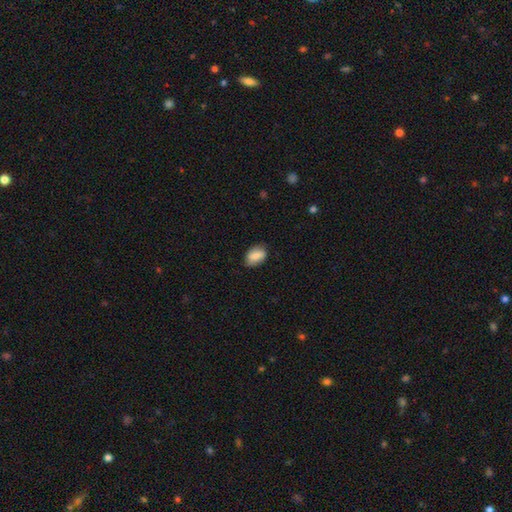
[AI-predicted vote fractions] Smooth or featured? Predicted: smooth (p=0.76). How rounded? Predicted: in between (p=0.85). Merging? Predicted: none (p=0.77).